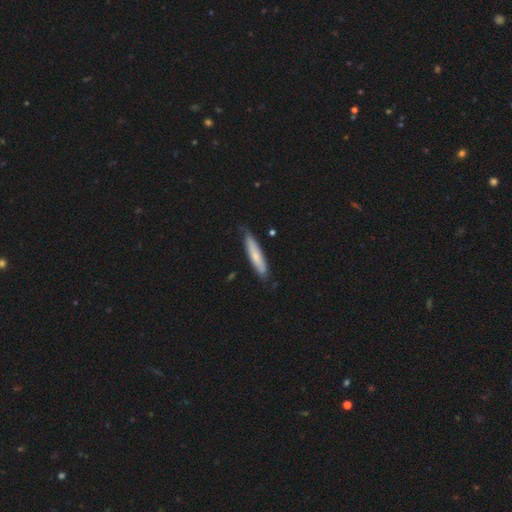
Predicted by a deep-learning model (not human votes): A smooth galaxy with no disk features (68%) that is cigar-shaped (87%). Merging: none (77%).